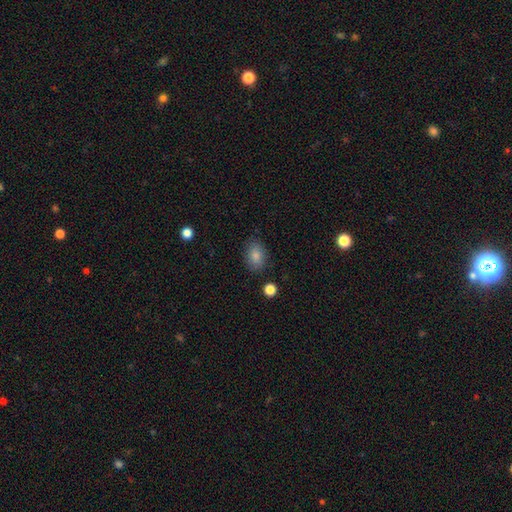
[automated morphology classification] smooth-or-featured: smooth: 85% | star or artifact: 9% | featured or disk: 7%
  how-rounded: in between: 79% | round: 20% | cigar-shaped: 1%
  merging: none: 83% | minor disturbance: 12% | major disturbance: 3% | merger: 2%